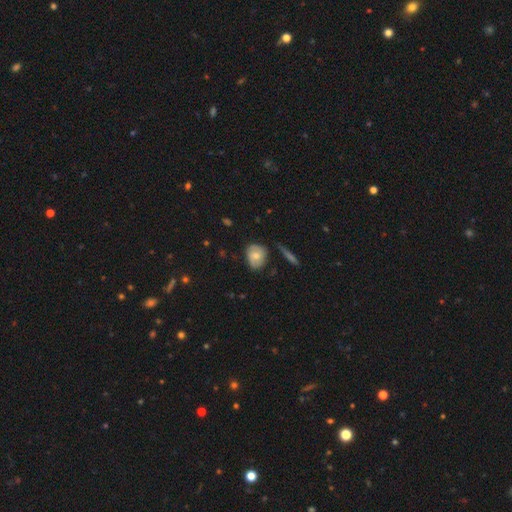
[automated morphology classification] Smooth or featured?
  - smooth: 54% *
  - featured or disk: 38%
  - star or artifact: 8%
How rounded?
  - round: 54% *
  - in between: 44%
  - cigar-shaped: 2%
Merging?
  - none: 61% *
  - minor disturbance: 28%
  - major disturbance: 7%
  - merger: 3%